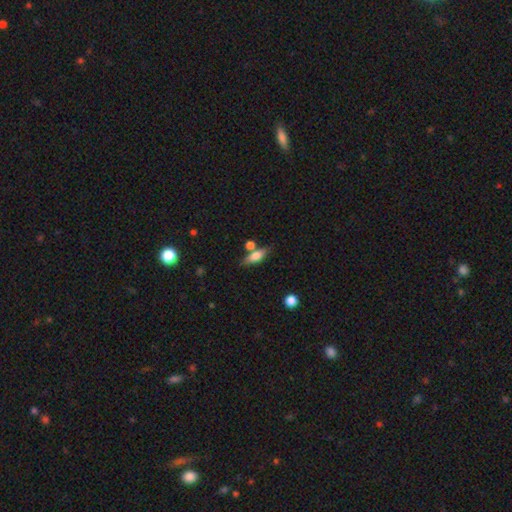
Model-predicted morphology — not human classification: smooth-or-featured: smooth: 70% | featured or disk: 22% | star or artifact: 8%
  how-rounded: in between: 60% | cigar-shaped: 36% | round: 4%
  merging: none: 65% | merger: 17% | minor disturbance: 14% | major disturbance: 4%